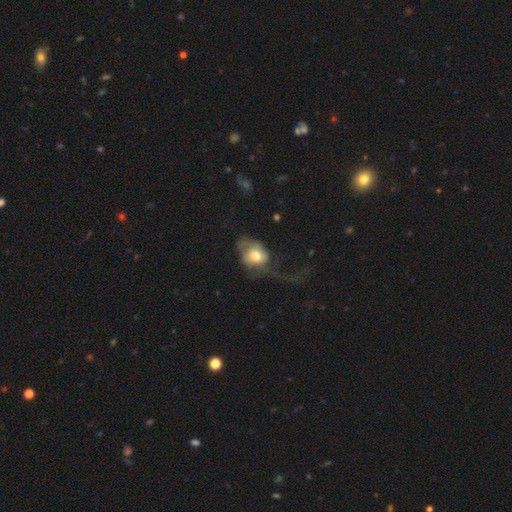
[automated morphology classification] A smooth galaxy with no disk features (59%) that is in between round and cigar-shaped (61%).

Vote fractions:
- Smooth or featured? smooth: 59% / featured or disk: 34% / star or artifact: 7%
- How rounded? in between: 61% / round: 38% / cigar-shaped: 1%
- Merging? major disturbance: 61% / none: 18% / minor disturbance: 17% / merger: 3%